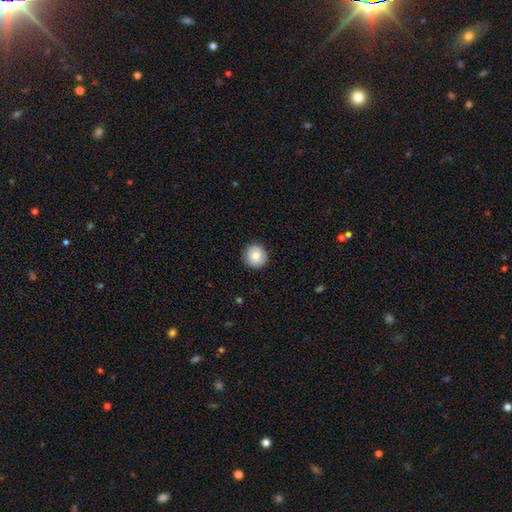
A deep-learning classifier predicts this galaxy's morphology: type=smooth (84%); roundness=round (94%); merging=none (90%).